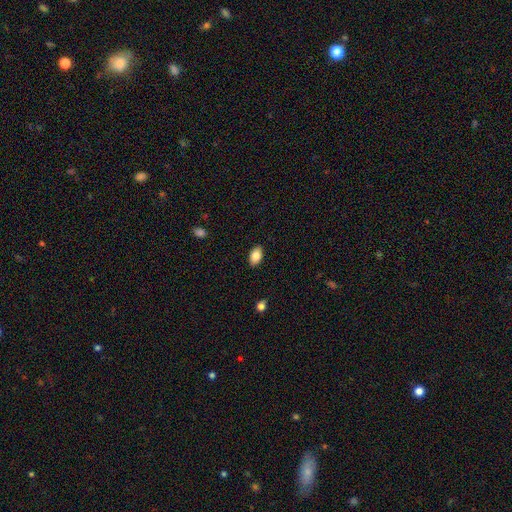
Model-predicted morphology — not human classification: A smooth galaxy with no disk features (84%) that is in between round and cigar-shaped (92%).

Vote fractions:
- Smooth or featured? smooth: 84% / featured or disk: 8% / star or artifact: 7%
- How rounded? in between: 92% / round: 6% / cigar-shaped: 2%
- Merging? none: 88% / minor disturbance: 9% / major disturbance: 2% / merger: 1%